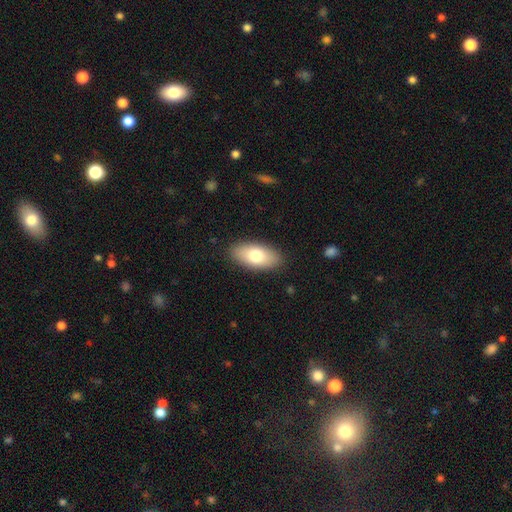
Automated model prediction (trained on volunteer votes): Smooth or featured? smooth (76%)
How rounded? in between (91%)
Merging? none (88%)